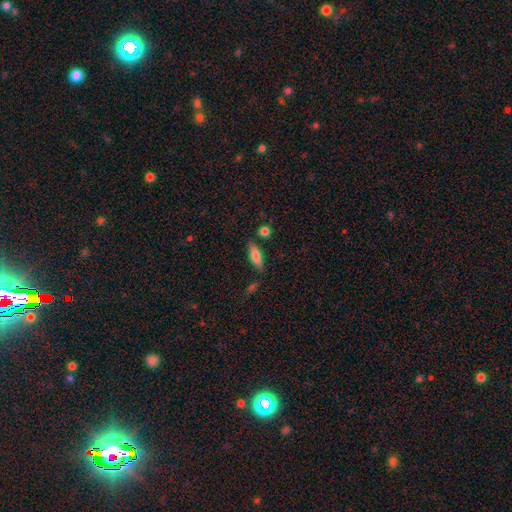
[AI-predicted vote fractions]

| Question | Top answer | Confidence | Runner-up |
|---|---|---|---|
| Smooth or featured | smooth | 68% | featured or disk (25%) |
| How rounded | cigar-shaped | 50% | in between (47%) |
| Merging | none | 78% | minor disturbance (14%) |